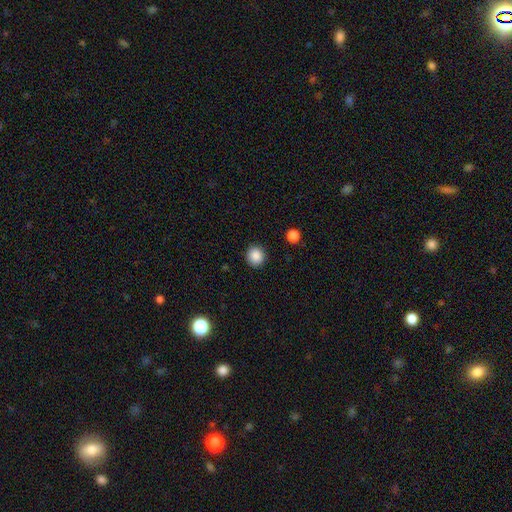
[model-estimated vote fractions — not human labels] Q: Smooth or featured?
A: smooth (87%); runner-up: star or artifact (10%)
Q: How rounded?
A: round (90%); runner-up: in between (9%)
Q: Merging?
A: none (91%); runner-up: minor disturbance (6%)